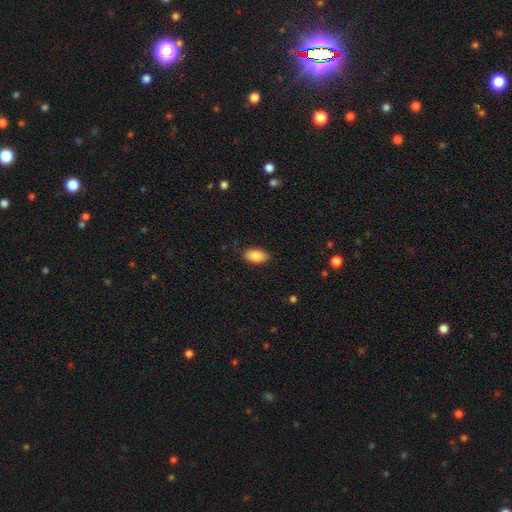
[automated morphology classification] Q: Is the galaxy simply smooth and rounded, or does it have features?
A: smooth — 85%.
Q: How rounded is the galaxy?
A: in between — 93%.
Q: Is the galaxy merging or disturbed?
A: none — 84%.